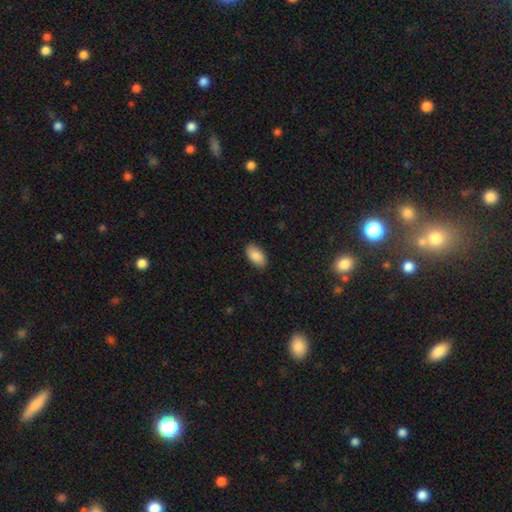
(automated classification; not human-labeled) A smooth galaxy with no disk features (87%) that is in between round and cigar-shaped (94%). Merging: none (86%).